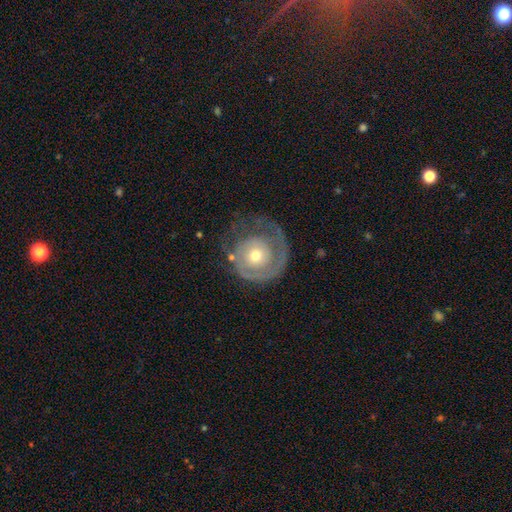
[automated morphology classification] Smooth or featured: featured or disk — 72% (smooth — 22%)
Edge-on disk: no — 97% (yes — 3%)
Bar: no — 82% (weak — 15%)
Spiral arms: yes — 82% (no — 18%)
Spiral winding: tight — 67% (medium — 21%)
Spiral arm count: 1 — 68% (can't tell — 14%)
Bulge size: moderate — 58% (small — 35%)
Merging: none — 53% (major disturbance — 25%)